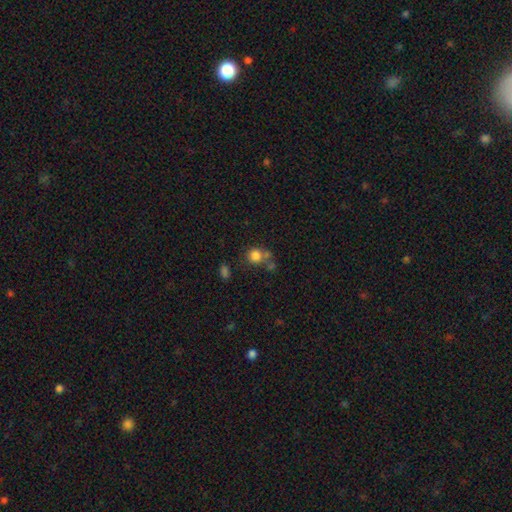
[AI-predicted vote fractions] This is likely a smooth galaxy (80%). How rounded: clearly round (86%). Merging: possibly none (55%).